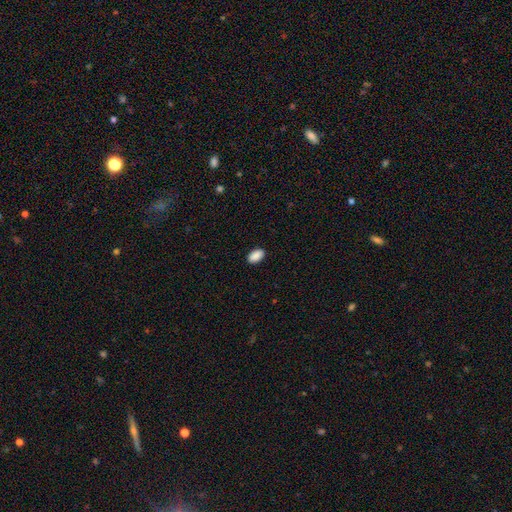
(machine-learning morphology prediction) The model was most divided on "merging": none: 89%, minor disturbance: 8%, major disturbance: 2%, merger: 1%. More confident: how rounded — in between (94%); smooth or featured — smooth (90%).